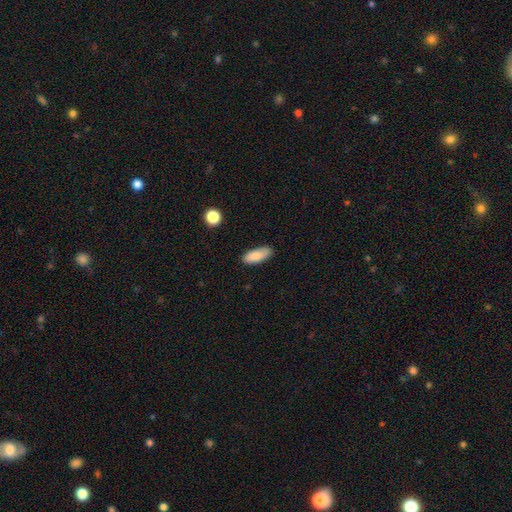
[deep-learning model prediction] This is clearly a smooth galaxy (86%). How rounded: likely in between (78%). Merging: clearly none (80%).